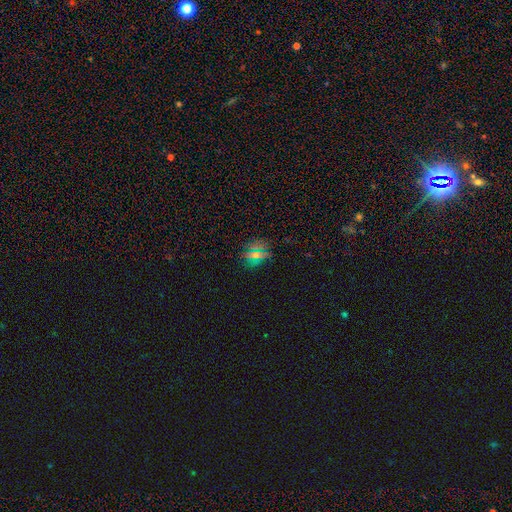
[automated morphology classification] Smooth or featured: smooth — 61% (star or artifact — 31%)
How rounded: round — 63% (in between — 33%)
Merging: none — 84% (minor disturbance — 10%)